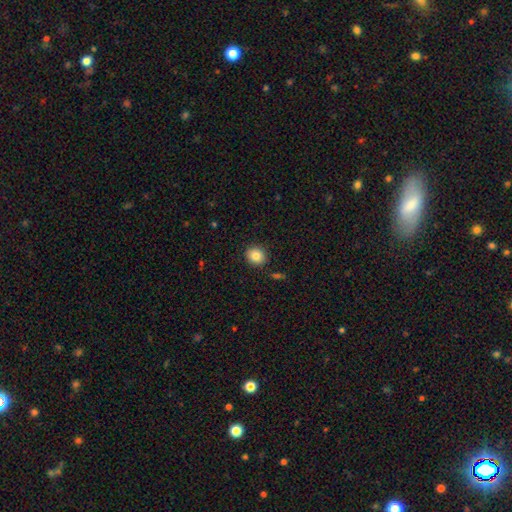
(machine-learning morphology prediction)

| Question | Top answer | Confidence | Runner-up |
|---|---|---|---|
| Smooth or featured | smooth | 85% | star or artifact (9%) |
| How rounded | round | 78% | in between (21%) |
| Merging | none | 89% | minor disturbance (7%) |